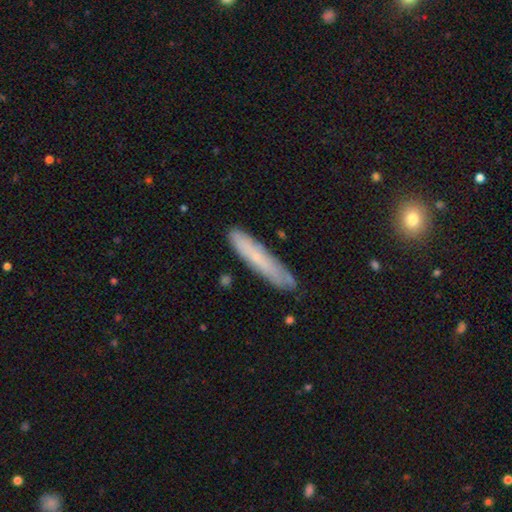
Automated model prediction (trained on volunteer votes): Q: Smooth or featured?
A: smooth (61%); runner-up: featured or disk (31%)
Q: How rounded?
A: cigar-shaped (91%); runner-up: in between (8%)
Q: Merging?
A: none (80%); runner-up: minor disturbance (15%)